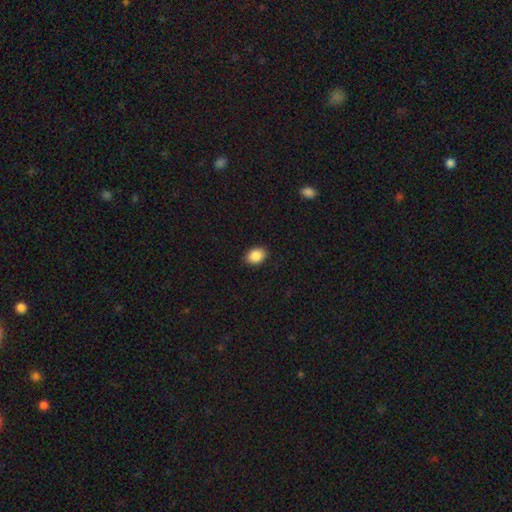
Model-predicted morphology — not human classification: Smooth or featured: smooth — 88% (star or artifact — 8%)
How rounded: in between — 68% (round — 31%)
Merging: none — 89% (minor disturbance — 8%)